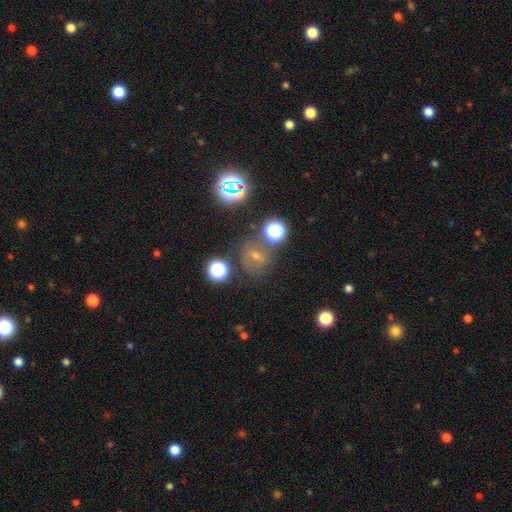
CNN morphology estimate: smooth_or_featured: smooth (p=0.44) [alt: star or artifact p=0.34]
merging: none (p=0.71) [alt: minor disturbance p=0.14]